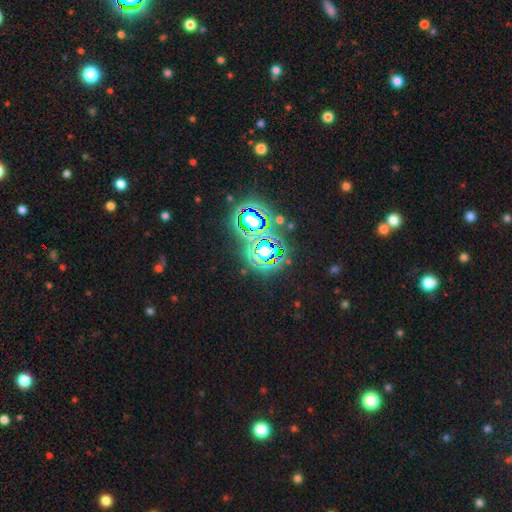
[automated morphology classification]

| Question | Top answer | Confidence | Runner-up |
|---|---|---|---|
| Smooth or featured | star or artifact | 81% | smooth (11%) |